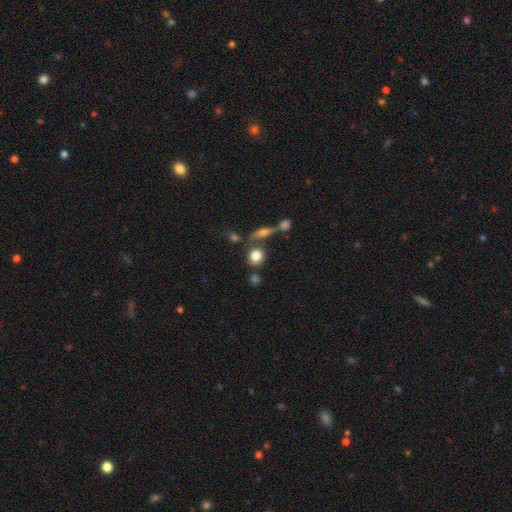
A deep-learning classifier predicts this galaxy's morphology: Smooth or featured? Predicted: smooth (p=0.78). How rounded? Predicted: round (p=0.79). Merging? Predicted: none (p=0.63).